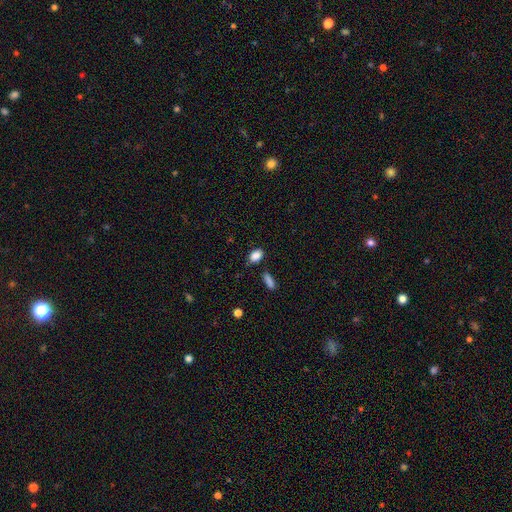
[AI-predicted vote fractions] Smooth or featured?
  - smooth: 87% *
  - star or artifact: 8%
  - featured or disk: 4%
How rounded?
  - in between: 84% *
  - round: 14%
  - cigar-shaped: 3%
Merging?
  - none: 80% *
  - minor disturbance: 12%
  - merger: 5%
  - major disturbance: 3%